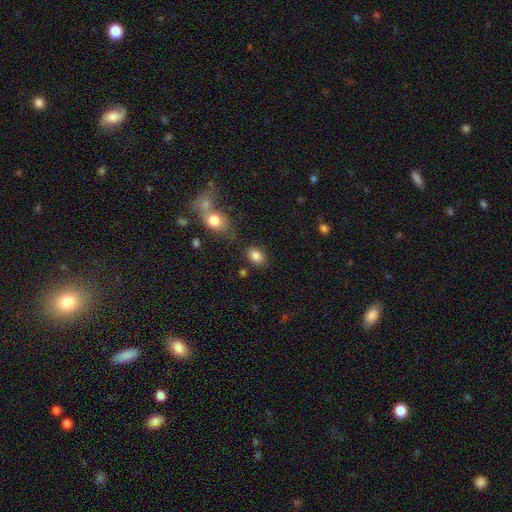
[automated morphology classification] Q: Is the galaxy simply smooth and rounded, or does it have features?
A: smooth — 85%.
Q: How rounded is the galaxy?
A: in between — 79%.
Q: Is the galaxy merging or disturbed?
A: none — 77%.